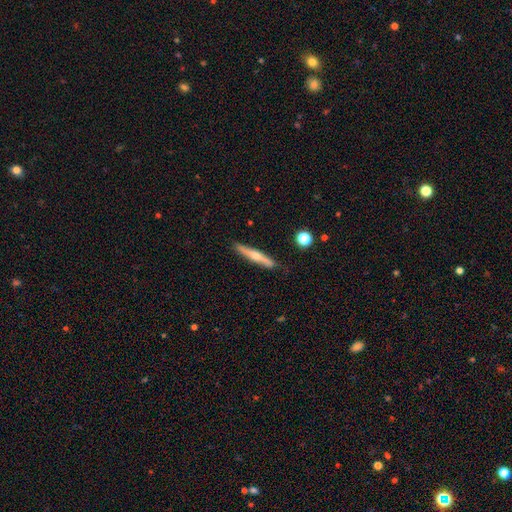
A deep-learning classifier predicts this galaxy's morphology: This appears to be a featured or disk galaxy (60%) viewed edge-on (96%) with a rounded central bulge (84%). Merging: none (87%).